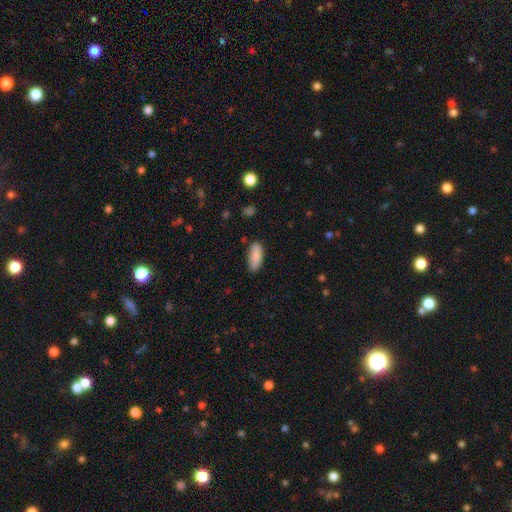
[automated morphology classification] Smooth or featured? smooth (87%)
How rounded? in between (79%)
Merging? none (81%)